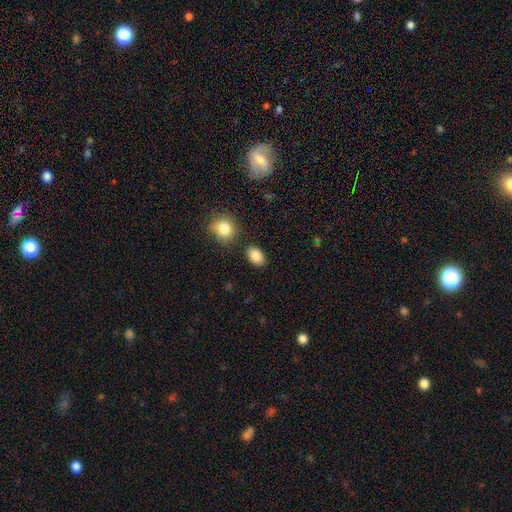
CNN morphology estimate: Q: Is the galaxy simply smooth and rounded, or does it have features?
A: smooth — 87%.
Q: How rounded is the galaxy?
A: in between — 85%.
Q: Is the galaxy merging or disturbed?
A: none — 84%.